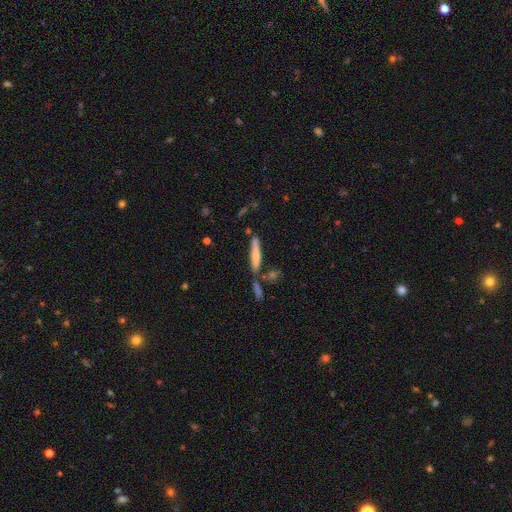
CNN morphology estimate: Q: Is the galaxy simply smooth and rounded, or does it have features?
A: smooth — 65%.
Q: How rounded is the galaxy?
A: cigar-shaped — 90%.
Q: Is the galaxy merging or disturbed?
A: none — 72%.